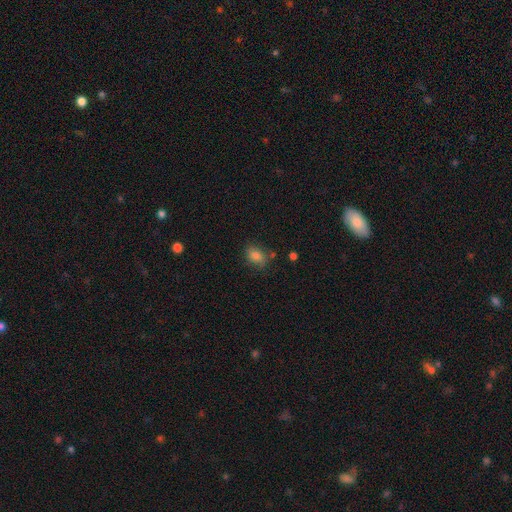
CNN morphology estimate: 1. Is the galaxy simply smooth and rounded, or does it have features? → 83% smooth, 10% star or artifact, 6% featured or disk.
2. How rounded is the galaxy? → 74% in between, 24% round, 2% cigar-shaped.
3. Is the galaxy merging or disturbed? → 70% none, 20% minor disturbance, 5% major disturbance, 5% merger.